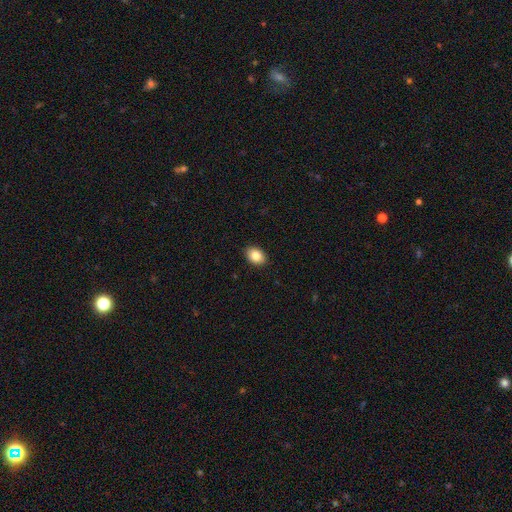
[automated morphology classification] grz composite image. It shows a smooth galaxy with no disk features (85%) that is in between round and cigar-shaped (78%). Merging: none (91%).